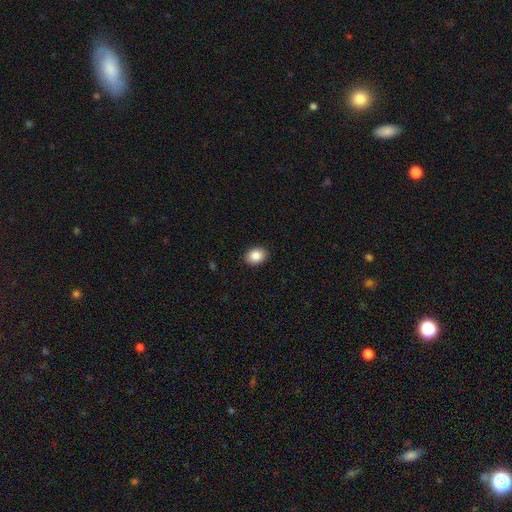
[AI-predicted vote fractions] Smooth or featured? smooth (87%)
How rounded? in between (63%)
Merging? none (90%)